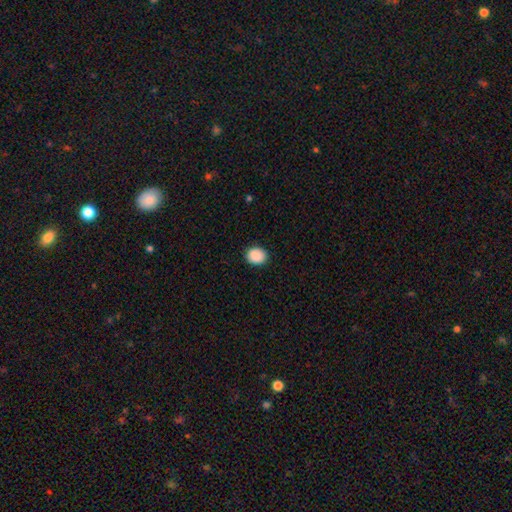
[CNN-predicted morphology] smooth_or_featured: smooth (p=0.90) [alt: star or artifact p=0.08]
how_rounded: round (p=0.56) [alt: in between p=0.43]
merging: none (p=0.89) [alt: minor disturbance p=0.08]